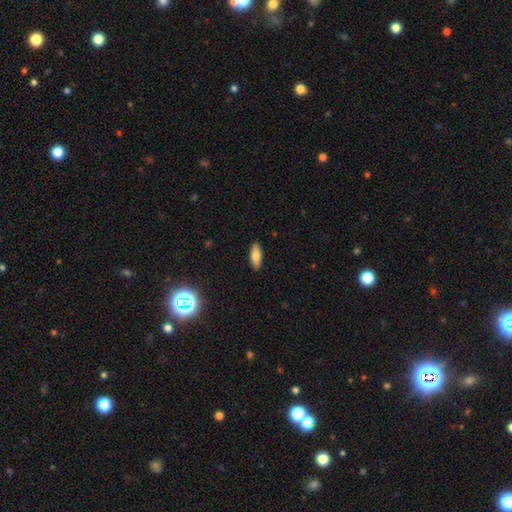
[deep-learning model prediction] Overall: smooth (75%). How rounded: in between (70%). Merging: none (90%).